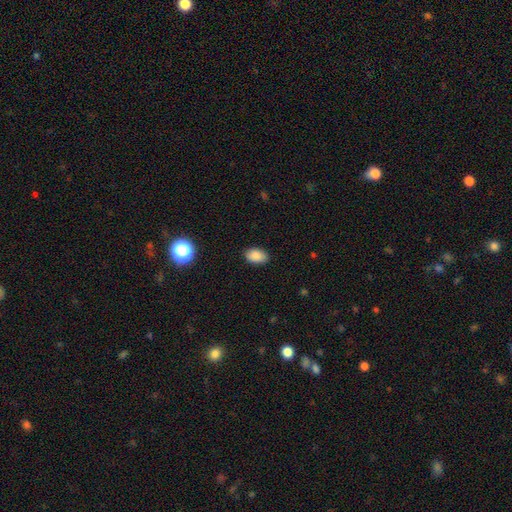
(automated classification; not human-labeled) Smooth or featured? Predicted: smooth (p=0.86). How rounded? Predicted: in between (p=0.87). Merging? Predicted: none (p=0.86).